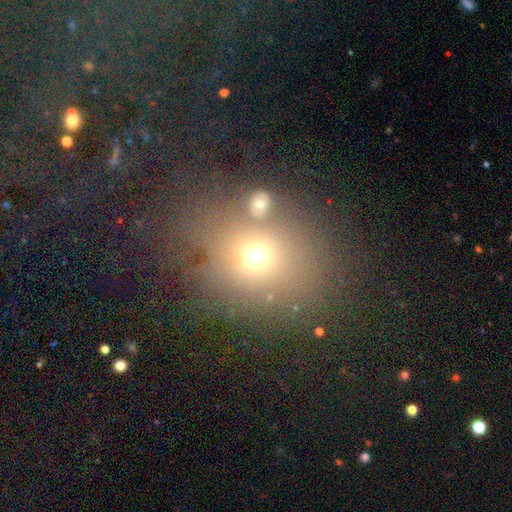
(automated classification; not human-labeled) Overall: smooth (61%; star or artifact 22%). How rounded: round (62%; in between 37%). Merging: none (47%; merger 20%).